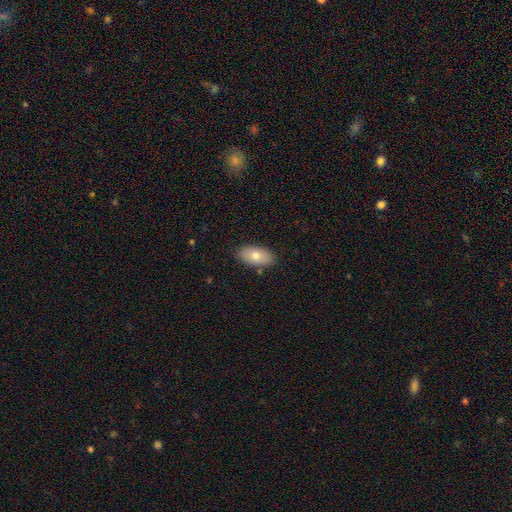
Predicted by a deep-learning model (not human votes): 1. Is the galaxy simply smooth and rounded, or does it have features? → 75% smooth, 19% featured or disk, 7% star or artifact.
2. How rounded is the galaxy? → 93% in between, 4% round, 3% cigar-shaped.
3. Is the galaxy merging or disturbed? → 85% none, 11% minor disturbance, 2% major disturbance, 2% merger.